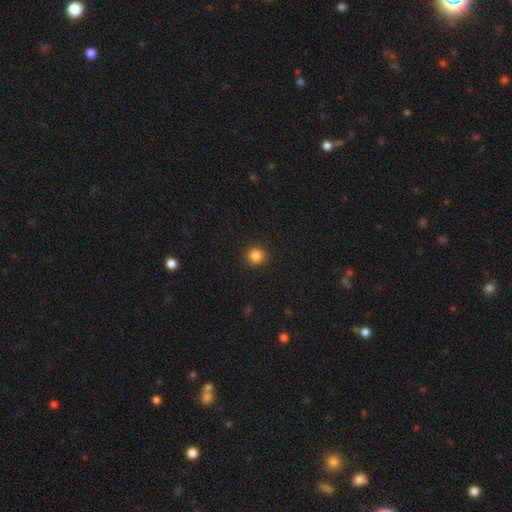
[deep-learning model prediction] A smooth galaxy with no disk features (85%) that is round (95%). Merging: none (93%).